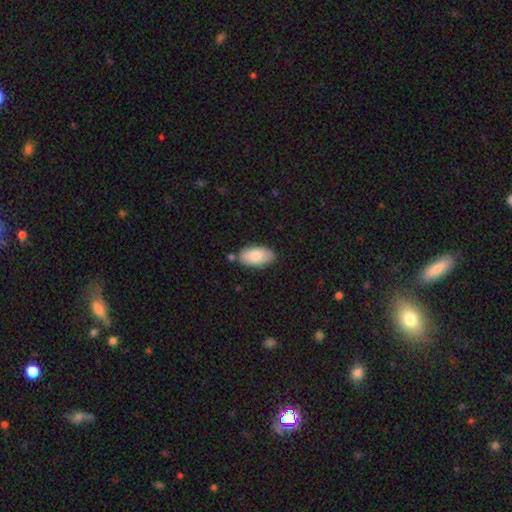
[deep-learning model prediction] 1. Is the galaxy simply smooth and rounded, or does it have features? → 80% smooth, 14% featured or disk, 6% star or artifact.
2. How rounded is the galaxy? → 94% in between, 3% round, 3% cigar-shaped.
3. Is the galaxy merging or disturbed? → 79% none, 14% minor disturbance, 5% merger, 3% major disturbance.